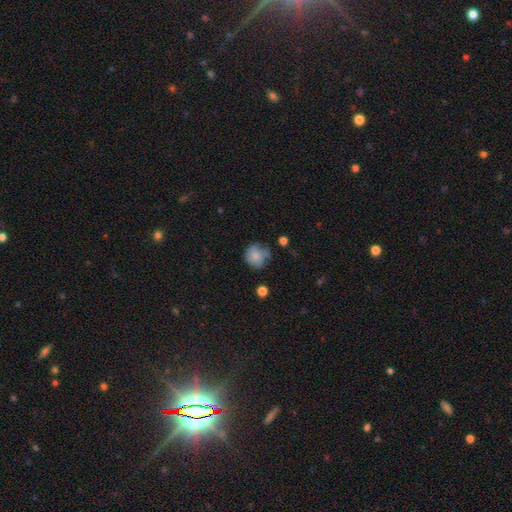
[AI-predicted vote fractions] A smooth galaxy with no disk features (73%) that is round (81%). Merging: none (54%).